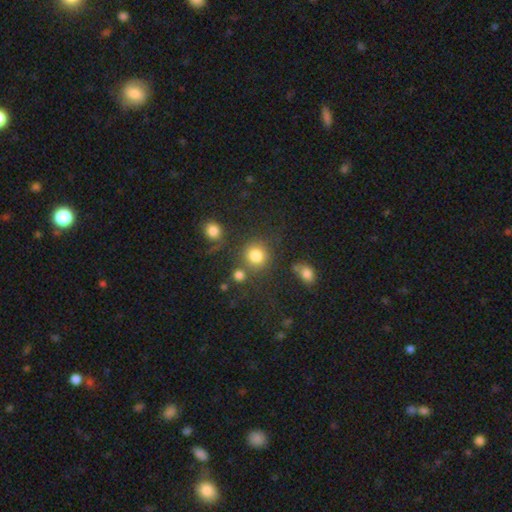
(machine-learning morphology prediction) Smooth or featured?
  - smooth: 80% *
  - star or artifact: 13%
  - featured or disk: 7%
How rounded?
  - round: 86% *
  - in between: 13%
  - cigar-shaped: 1%
Merging?
  - none: 69% *
  - merger: 13%
  - minor disturbance: 12%
  - major disturbance: 6%